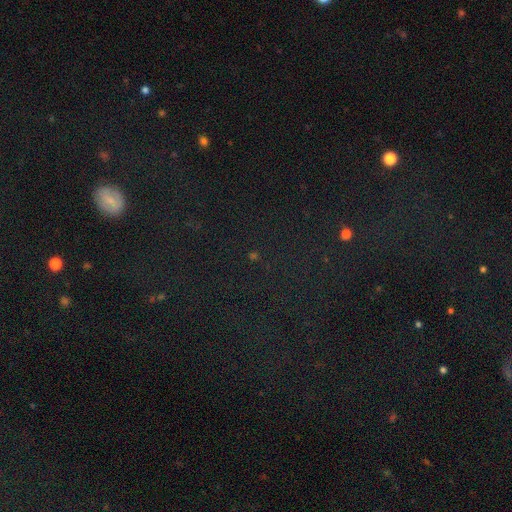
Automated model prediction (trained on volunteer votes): smooth-or-featured: star or artifact: 74% | smooth: 16% | featured or disk: 10%